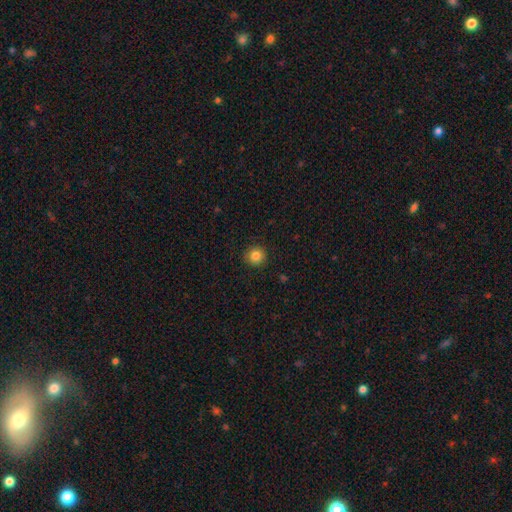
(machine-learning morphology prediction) The model was most divided on "smooth or featured": smooth: 84%, star or artifact: 11%, featured or disk: 5%. More confident: how rounded — round (94%); merging — none (92%).